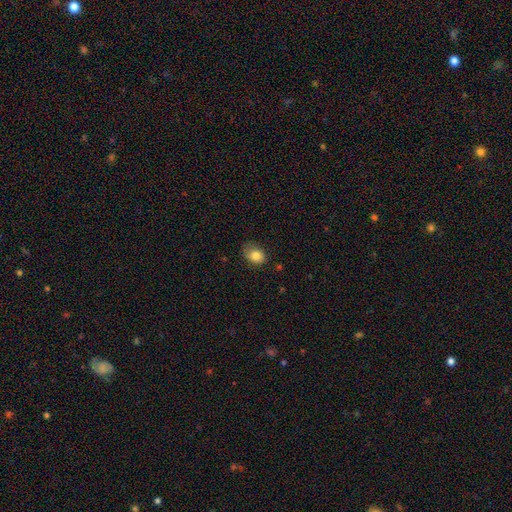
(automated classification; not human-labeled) This is clearly a smooth galaxy (82%). How rounded: possibly in between (59%). Merging: likely none (65%).